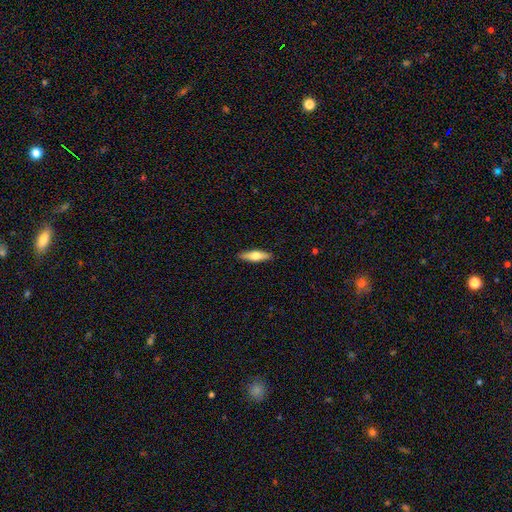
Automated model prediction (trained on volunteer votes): Smooth or featured? Predicted: smooth (p=0.57). How rounded? Predicted: cigar-shaped (p=0.59). Merging? Predicted: none (p=0.90).